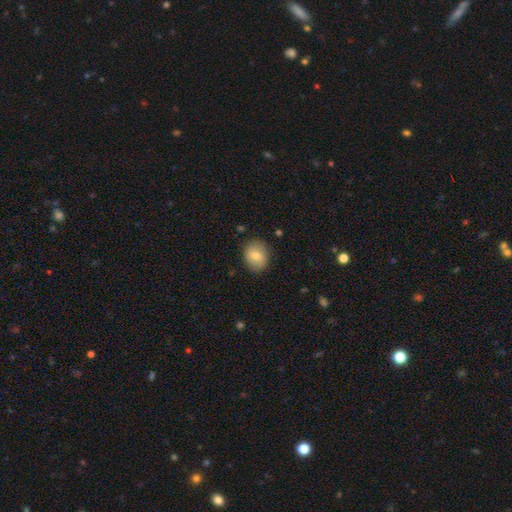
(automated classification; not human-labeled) This appears to be a smooth galaxy with no disk features (76%) that is round (60%). Merging: none (85%).